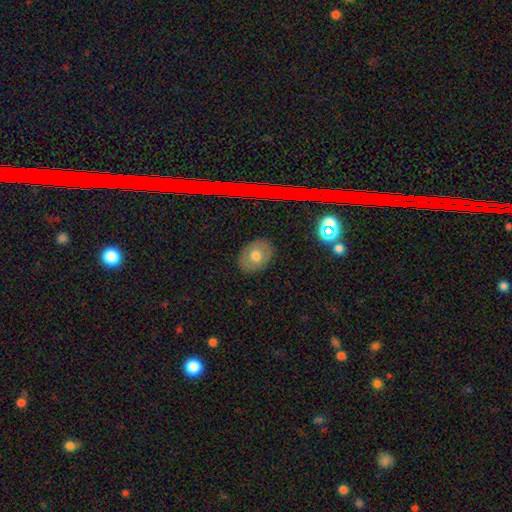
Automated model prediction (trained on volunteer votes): This appears to be a smooth galaxy with no disk features (67%) that is in between round and cigar-shaped (68%). Merging: none (86%).